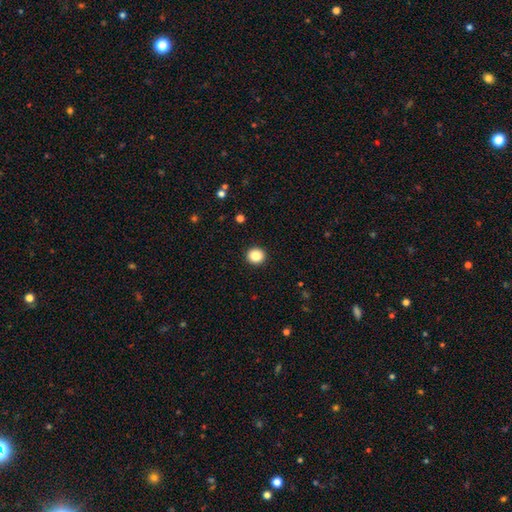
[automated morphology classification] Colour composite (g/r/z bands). It shows a smooth galaxy with no disk features (87%) that is round (90%). Merging: none (93%).